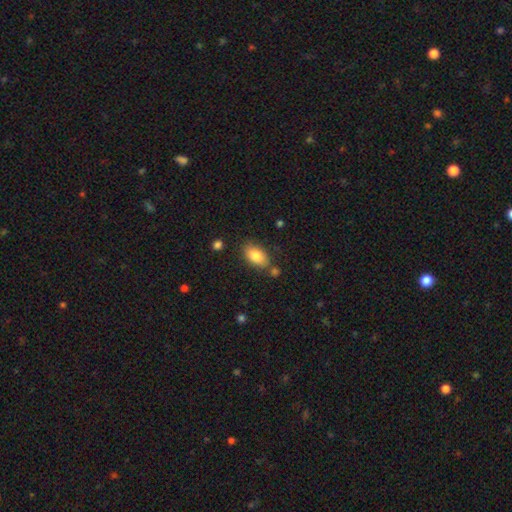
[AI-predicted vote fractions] Q: Smooth or featured?
A: smooth (83%); runner-up: featured or disk (9%)
Q: How rounded?
A: in between (91%); runner-up: round (7%)
Q: Merging?
A: none (75%); runner-up: minor disturbance (14%)